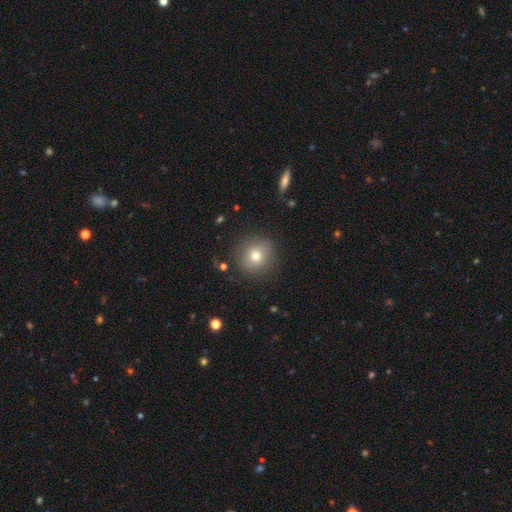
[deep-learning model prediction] Overall: smooth (75%). How rounded: round (92%). Merging: none (86%).